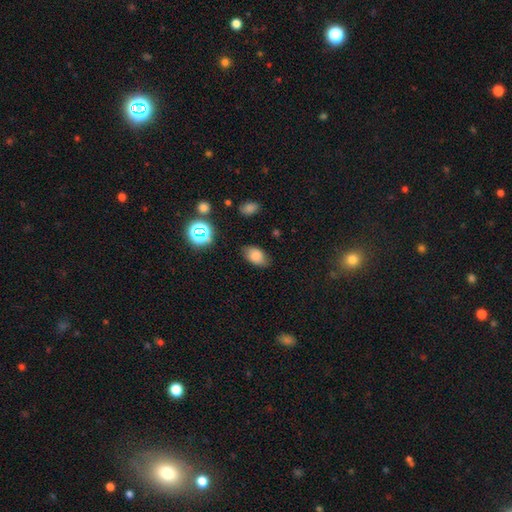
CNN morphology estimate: A smooth galaxy with no disk features (78%) that is in between round and cigar-shaped (88%).

Vote fractions:
- Smooth or featured? smooth: 78% / star or artifact: 12% / featured or disk: 10%
- How rounded? in between: 88% / round: 10% / cigar-shaped: 2%
- Merging? none: 77% / minor disturbance: 17% / major disturbance: 4% / merger: 2%